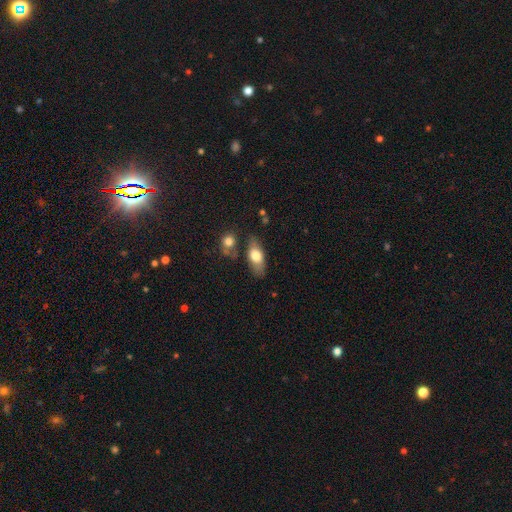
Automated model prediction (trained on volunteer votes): A smooth galaxy with no disk features (69%) that is in between round and cigar-shaped (83%). Merging: none (71%).